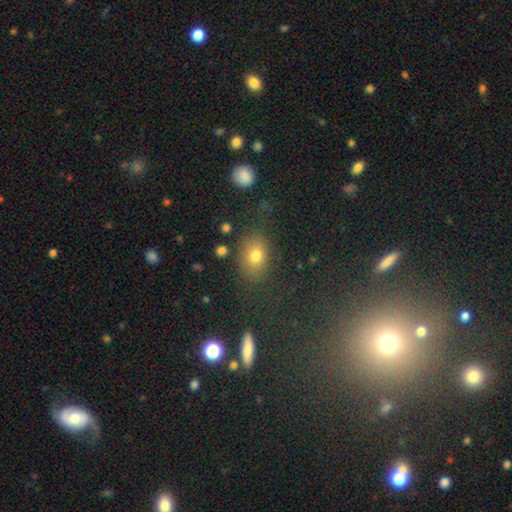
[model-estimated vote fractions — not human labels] Smooth or featured? smooth (73%)
How rounded? in between (69%)
Merging? none (75%)